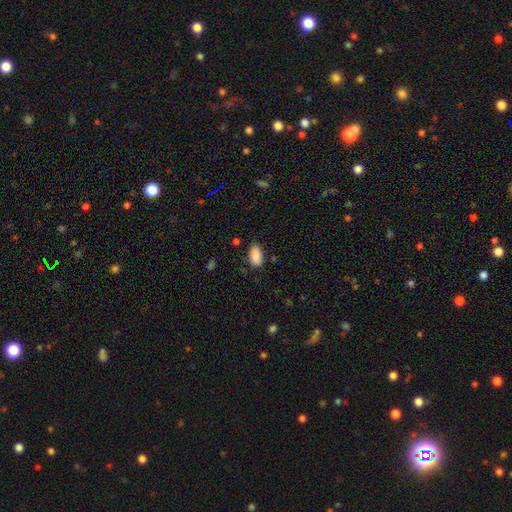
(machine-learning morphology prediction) smooth 89%, star or artifact 7%, featured or disk 3%. Down the decision tree: how rounded — in between (93%); merging — none (78%).